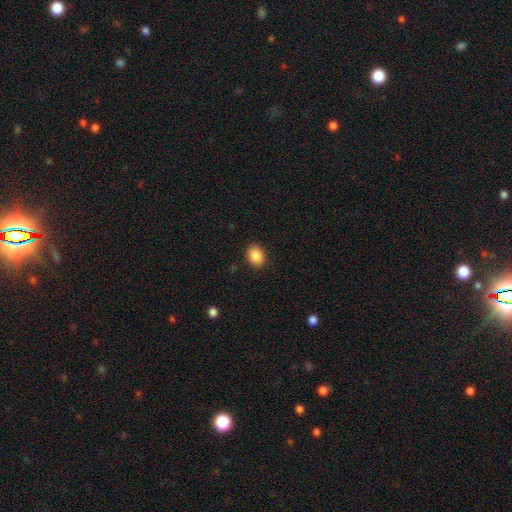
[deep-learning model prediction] A smooth galaxy with no disk features (88%) that is in between round and cigar-shaped (63%).

Vote fractions:
- Smooth or featured? smooth: 88% / star or artifact: 8% / featured or disk: 4%
- How rounded? in between: 63% / round: 36% / cigar-shaped: 1%
- Merging? none: 89% / minor disturbance: 8% / major disturbance: 2% / merger: 1%